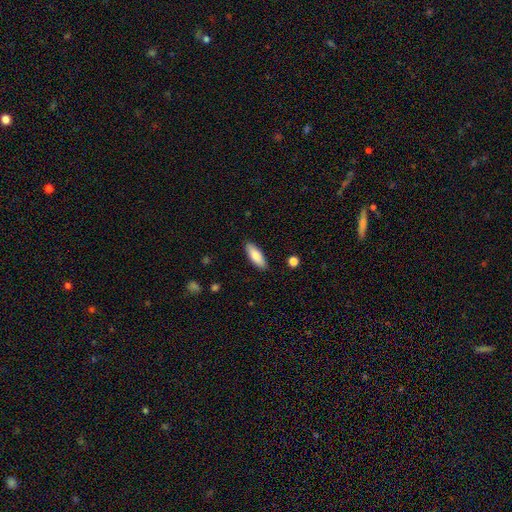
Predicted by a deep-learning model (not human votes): Smooth or featured: smooth — 82% (featured or disk — 12%)
How rounded: in between — 67% (cigar-shaped — 32%)
Merging: none — 88% (minor disturbance — 9%)